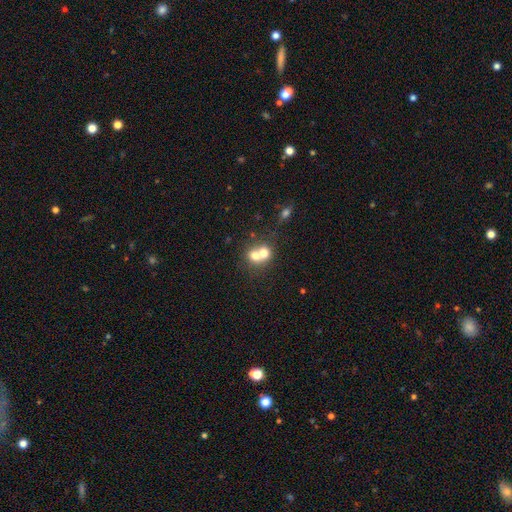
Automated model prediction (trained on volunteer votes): A smooth galaxy with no disk features (68%) that is round (72%).

Vote fractions:
- Smooth or featured? smooth: 68% / featured or disk: 21% / star or artifact: 11%
- How rounded? round: 72% / in between: 28% / cigar-shaped: 1%
- Merging? merger: 69% / none: 24% / minor disturbance: 5% / major disturbance: 3%